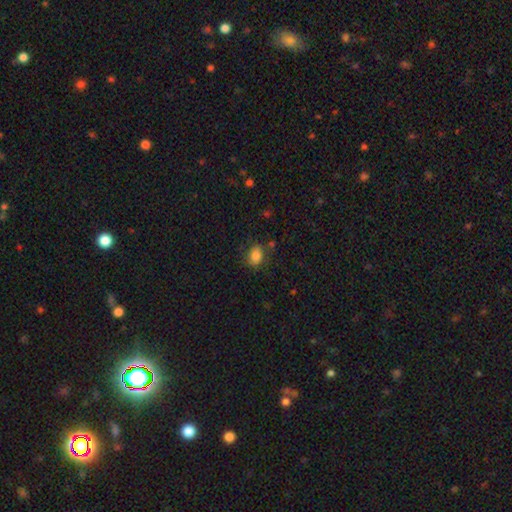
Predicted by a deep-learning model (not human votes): smooth-or-featured: smooth: 82% | star or artifact: 10% | featured or disk: 8%
  how-rounded: in between: 63% | round: 36% | cigar-shaped: 1%
  merging: none: 73% | minor disturbance: 17% | major disturbance: 5% | merger: 4%